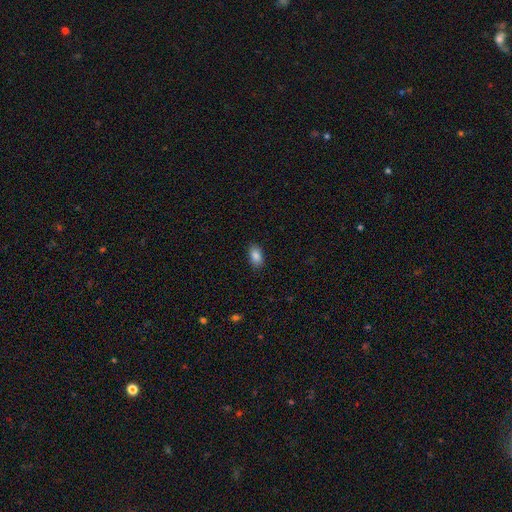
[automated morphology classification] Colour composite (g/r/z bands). It shows a smooth galaxy with no disk features (87%) that is in between round and cigar-shaped (92%). Merging: none (87%).